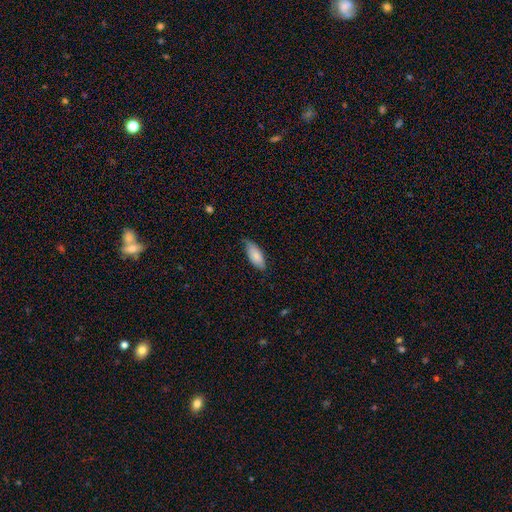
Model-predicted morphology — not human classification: smooth_or_featured: smooth (p=0.84) [alt: featured or disk p=0.11]
how_rounded: in between (p=0.82) [alt: cigar-shaped p=0.16]
merging: none (p=0.66) [alt: minor disturbance p=0.29]